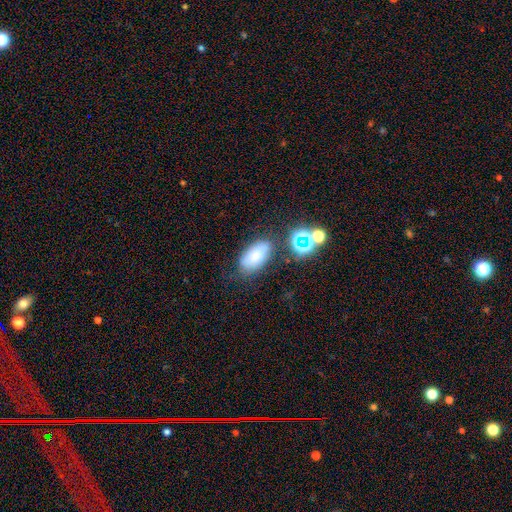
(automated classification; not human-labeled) smooth 72%, featured or disk 14%, star or artifact 14%. Down the decision tree: how rounded — in between (91%); merging — none (70%).